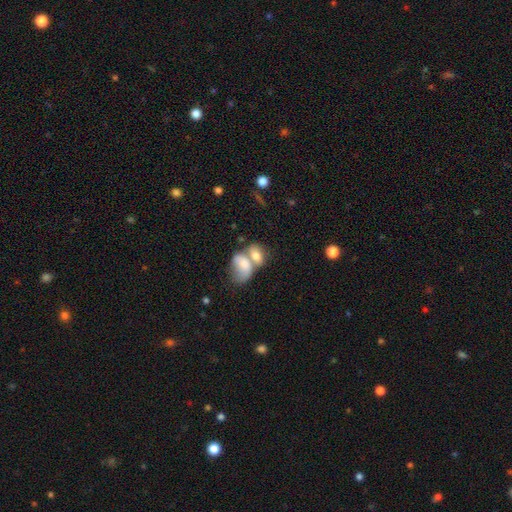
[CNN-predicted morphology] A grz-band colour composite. It shows a smooth galaxy with no disk features (73%) that is in between round and cigar-shaped (84%). Merging: merger (71%).